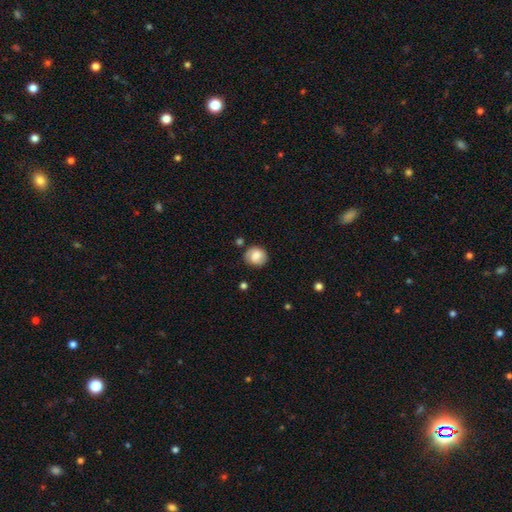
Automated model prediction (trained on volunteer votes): This is likely a smooth galaxy (72%). How rounded: likely round (74%). Merging: likely none (77%).